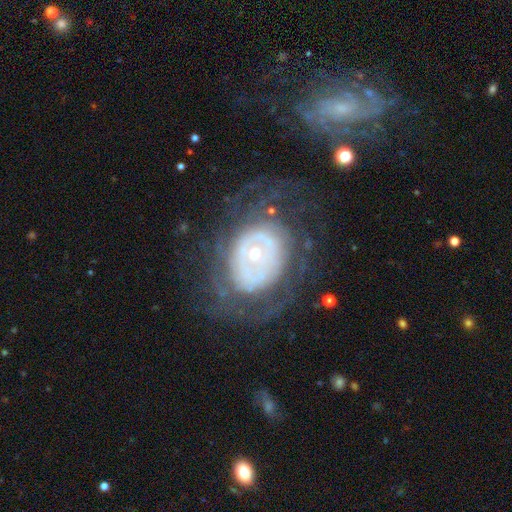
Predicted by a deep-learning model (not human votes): Morphology: type=featured or disk (78%); edge-on=no (96%); bar=no (79%); spiral arms=yes (63%); bulge=small (55%); merging=none (60%).